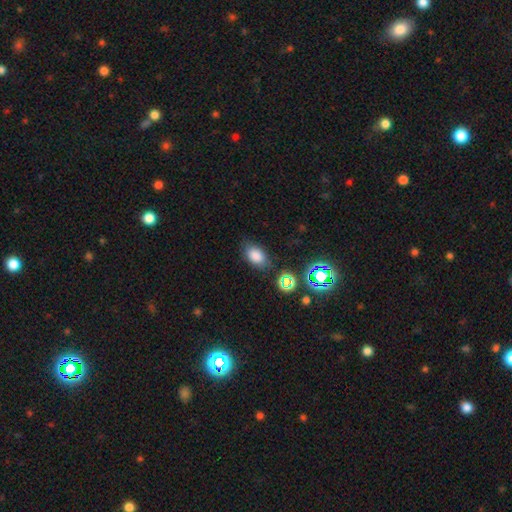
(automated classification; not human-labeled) Smooth or featured?
  - smooth: 78% *
  - star or artifact: 15%
  - featured or disk: 7%
How rounded?
  - in between: 84% *
  - round: 14%
  - cigar-shaped: 1%
Merging?
  - none: 78% *
  - minor disturbance: 15%
  - major disturbance: 4%
  - merger: 3%